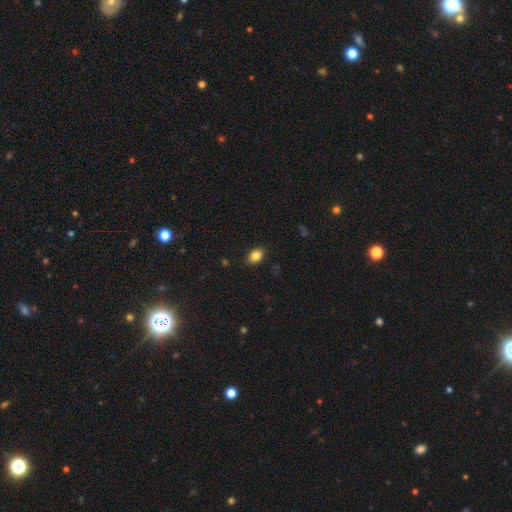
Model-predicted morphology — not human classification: type=smooth (84%); roundness=in between (76%); merging=none (87%).